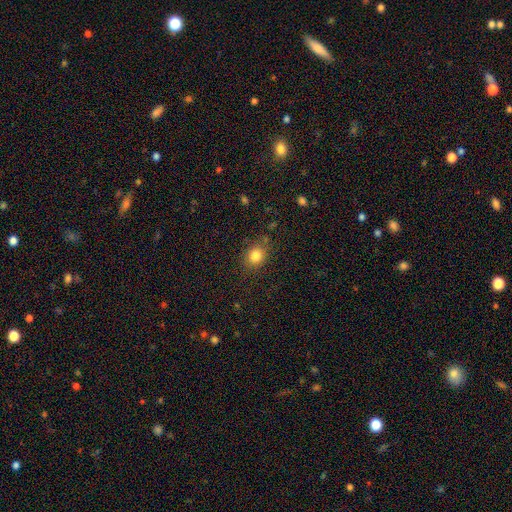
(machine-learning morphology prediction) Overall: smooth (83%). How rounded: round (62%; in between 37%). Merging: none (81%).